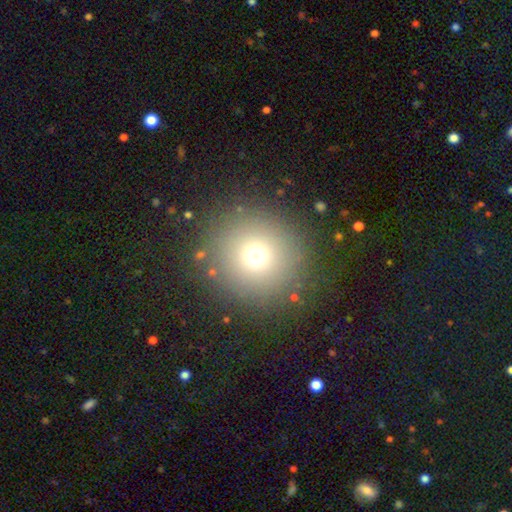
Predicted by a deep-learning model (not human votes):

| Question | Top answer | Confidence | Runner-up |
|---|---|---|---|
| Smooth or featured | smooth | 71% | star or artifact (19%) |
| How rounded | round | 95% | in between (4%) |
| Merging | none | 88% | minor disturbance (7%) |